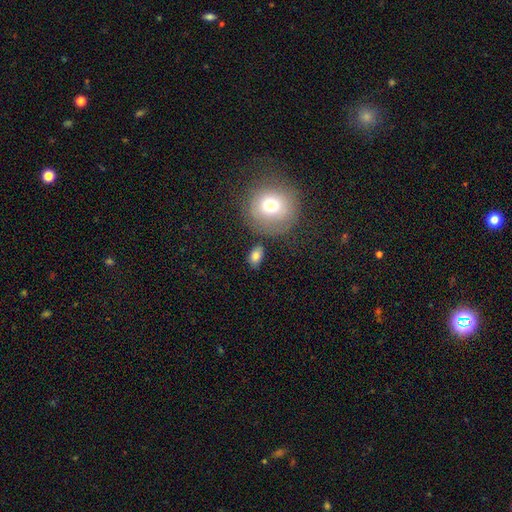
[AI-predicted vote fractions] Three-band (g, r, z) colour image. It shows a smooth galaxy with no disk features (82%) that is in between round and cigar-shaped (80%). Merging: none (75%).